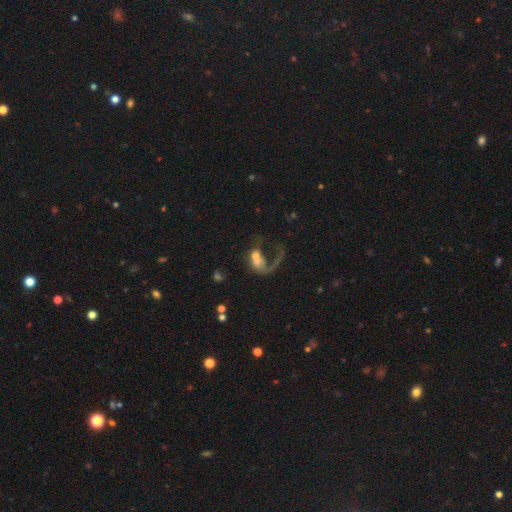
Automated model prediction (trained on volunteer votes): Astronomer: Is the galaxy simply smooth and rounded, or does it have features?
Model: featured or disk — 60%.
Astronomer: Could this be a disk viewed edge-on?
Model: no — 96%.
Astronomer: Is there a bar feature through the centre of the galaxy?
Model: no — 73%.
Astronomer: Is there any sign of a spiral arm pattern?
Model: yes — 65%.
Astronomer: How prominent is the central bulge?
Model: moderate — 38% (runner-up: small, 32%).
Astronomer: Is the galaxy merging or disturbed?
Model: major disturbance — 37% (runner-up: merger, 35%).